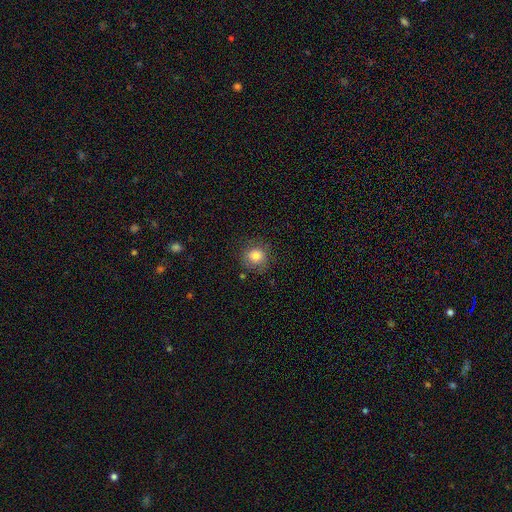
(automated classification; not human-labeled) This is likely a smooth galaxy (80%). How rounded: clearly round (88%). Merging: likely none (78%).